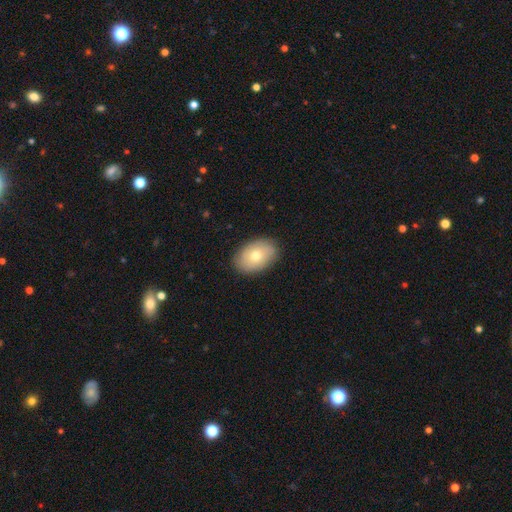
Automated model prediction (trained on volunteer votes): Smooth or featured?
  - smooth: 69% *
  - featured or disk: 24%
  - star or artifact: 7%
How rounded?
  - in between: 85% *
  - round: 14%
  - cigar-shaped: 1%
Merging?
  - none: 86% *
  - minor disturbance: 11%
  - major disturbance: 2%
  - merger: 1%